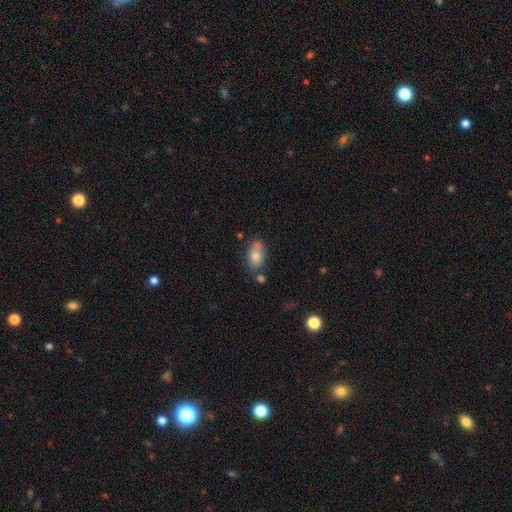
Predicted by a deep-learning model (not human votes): A smooth galaxy with no disk features (78%) that is in between round and cigar-shaped (86%).

Vote fractions:
- Smooth or featured? smooth: 78% / featured or disk: 14% / star or artifact: 9%
- How rounded? in between: 86% / round: 11% / cigar-shaped: 3%
- Merging? none: 57% / merger: 20% / minor disturbance: 18% / major disturbance: 5%